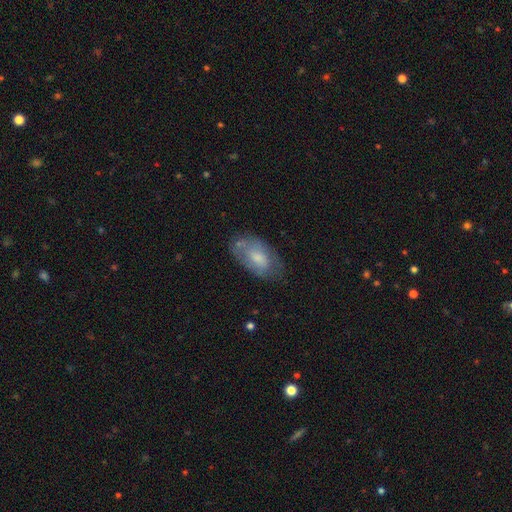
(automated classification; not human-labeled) Overall: smooth (58%; featured or disk 35%). How rounded: in between (92%). Merging: none (59%; minor disturbance 27%).